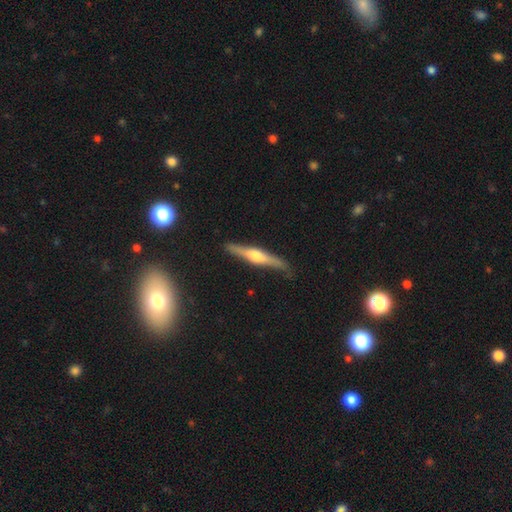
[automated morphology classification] This appears to be a featured or disk galaxy (70%) viewed edge-on (96%) with a rounded central bulge (86%). Merging: none (83%).